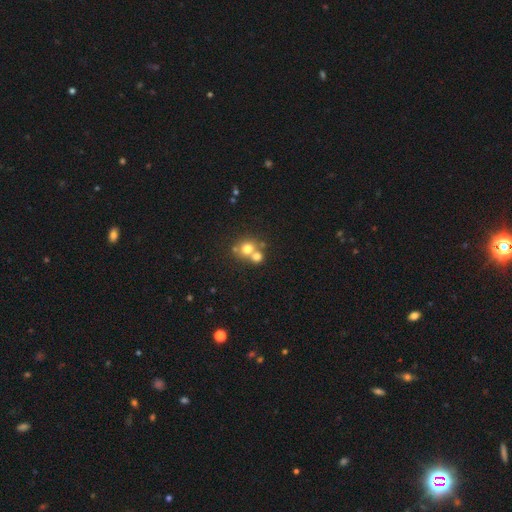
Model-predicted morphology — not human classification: Smooth or featured?
  - smooth: 66% *
  - featured or disk: 17%
  - star or artifact: 17%
How rounded?
  - round: 83% *
  - in between: 16%
  - cigar-shaped: 1%
Merging?
  - merger: 48% *
  - none: 43%
  - minor disturbance: 6%
  - major disturbance: 3%